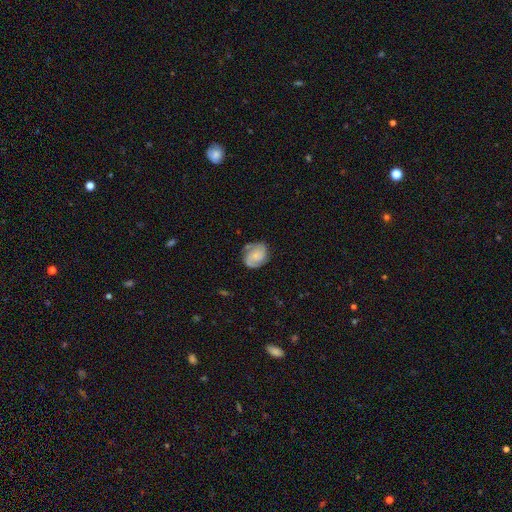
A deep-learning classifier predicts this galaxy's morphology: smooth_or_featured: featured or disk (p=0.69) [alt: smooth p=0.24]
disk_edge_on: no (p=0.98) [alt: yes p=0.02]
bar: no (p=0.65) [alt: weak p=0.30]
has_spiral_arms: yes (p=0.95) [alt: no p=0.05]
spiral_winding: medium (p=0.43) [tied with: tight p=0.43]
spiral_arm_count: 2 (p=0.76) [alt: can't tell p=0.09]
bulge_size: small (p=0.47) [alt: none p=0.24]
merging: none (p=0.74) [alt: minor disturbance p=0.18]